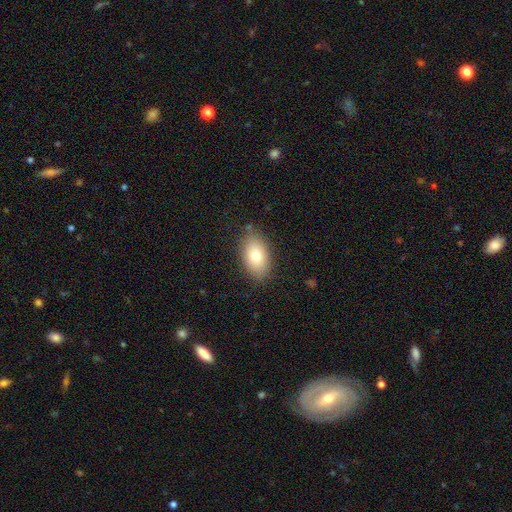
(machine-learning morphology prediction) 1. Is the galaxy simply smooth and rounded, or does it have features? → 78% smooth, 14% featured or disk, 8% star or artifact.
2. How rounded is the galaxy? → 91% in between, 7% round, 2% cigar-shaped.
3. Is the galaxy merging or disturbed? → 83% none, 12% minor disturbance, 3% major disturbance, 1% merger.